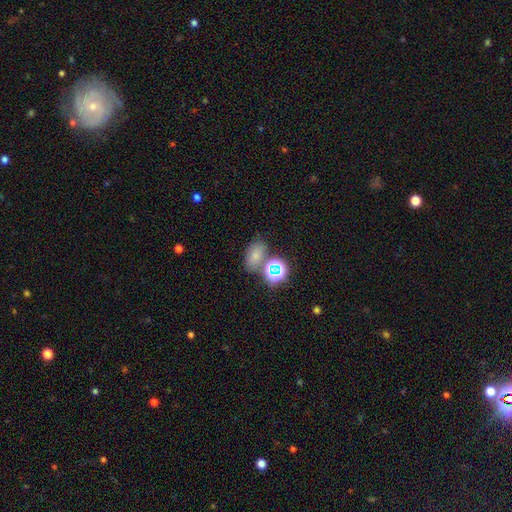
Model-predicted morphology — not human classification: type=smooth (66%); roundness=in between (80%); merging=none (64%).